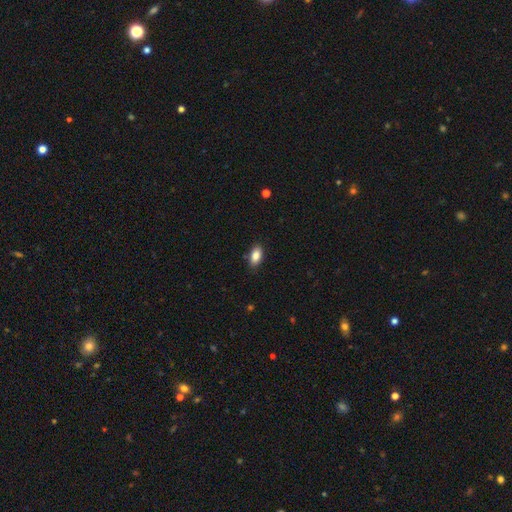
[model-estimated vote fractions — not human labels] smooth 87%, star or artifact 8%, featured or disk 6%. Down the decision tree: how rounded — in between (91%); merging — none (85%).